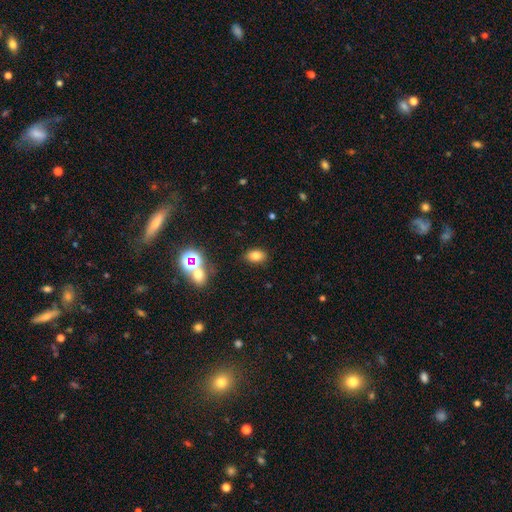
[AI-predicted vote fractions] Smooth or featured? Predicted: smooth (p=0.76). How rounded? Predicted: in between (p=0.81). Merging? Predicted: none (p=0.84).